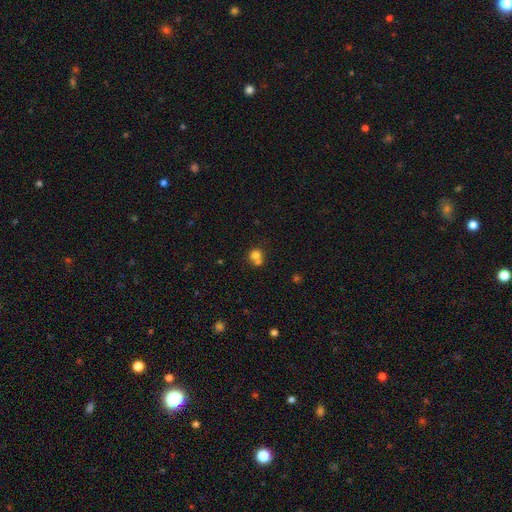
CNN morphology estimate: smooth 75%, star or artifact 13%, featured or disk 12%. Down the decision tree: how rounded — round (82%); merging — merger (45%).